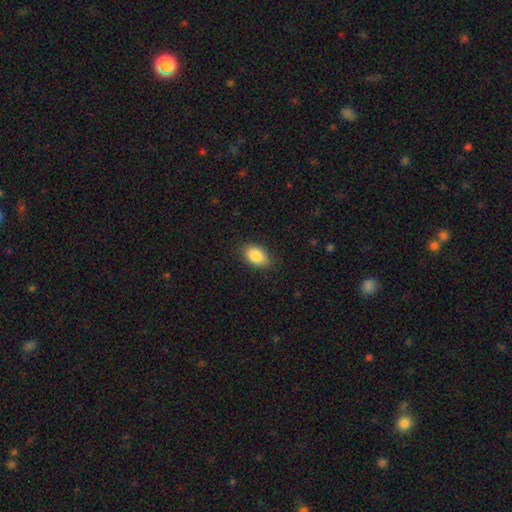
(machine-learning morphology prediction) smooth-or-featured: smooth: 87% | star or artifact: 7% | featured or disk: 6%
  how-rounded: in between: 89% | round: 10% | cigar-shaped: 1%
  merging: none: 85% | minor disturbance: 12% | major disturbance: 3% | merger: 1%